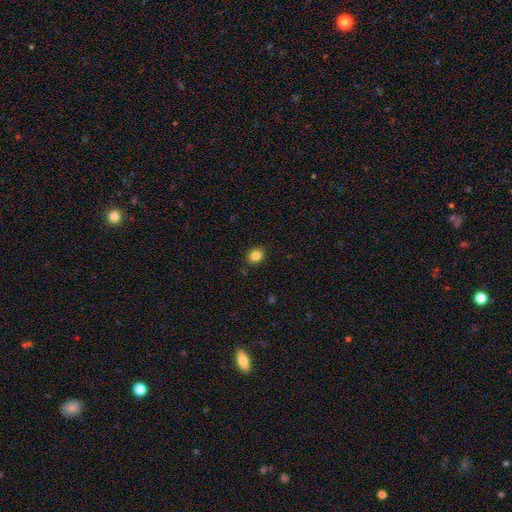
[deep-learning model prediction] Smooth or featured?
  - smooth: 83% *
  - star or artifact: 11%
  - featured or disk: 6%
How rounded?
  - round: 69% *
  - in between: 30%
  - cigar-shaped: 1%
Merging?
  - none: 88% *
  - minor disturbance: 9%
  - major disturbance: 2%
  - merger: 1%